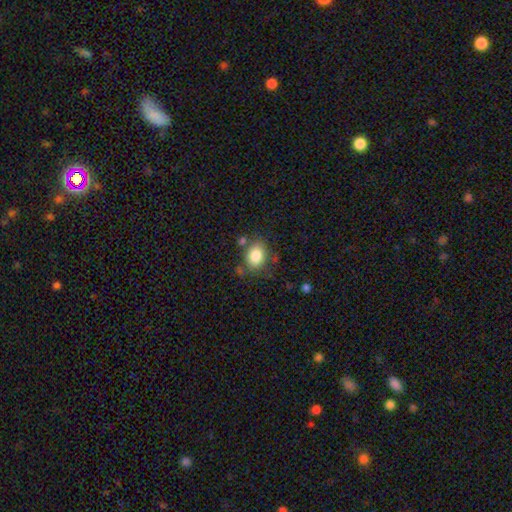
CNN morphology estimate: A smooth galaxy with no disk features (83%) that is in between round and cigar-shaped (61%).

Vote fractions:
- Smooth or featured? smooth: 83% / star or artifact: 9% / featured or disk: 8%
- How rounded? in between: 61% / round: 38% / cigar-shaped: 1%
- Merging? none: 68% / minor disturbance: 18% / merger: 8% / major disturbance: 6%